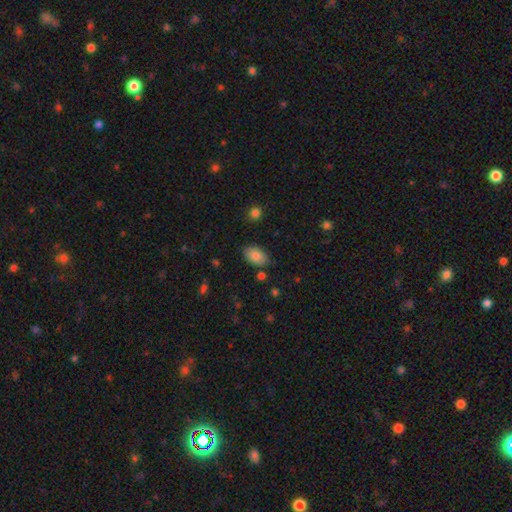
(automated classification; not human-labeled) Smooth or featured?
  - smooth: 83% *
  - featured or disk: 9%
  - star or artifact: 8%
How rounded?
  - in between: 91% *
  - round: 7%
  - cigar-shaped: 2%
Merging?
  - none: 78% *
  - minor disturbance: 16%
  - major disturbance: 3%
  - merger: 3%